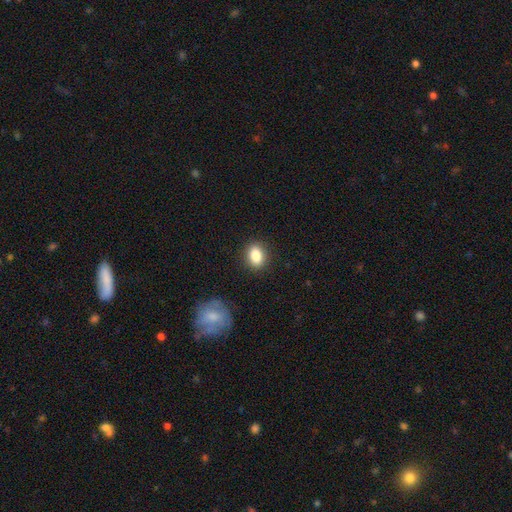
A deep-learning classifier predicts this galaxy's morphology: Smooth or featured?
  - smooth: 86% *
  - star or artifact: 8%
  - featured or disk: 6%
How rounded?
  - in between: 72% *
  - round: 26%
  - cigar-shaped: 2%
Merging?
  - none: 88% *
  - minor disturbance: 8%
  - major disturbance: 2%
  - merger: 1%